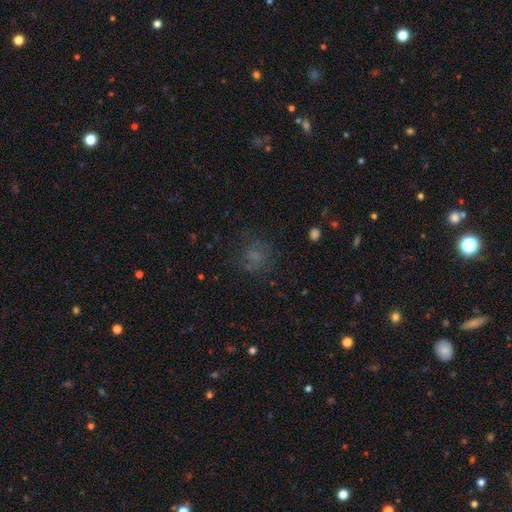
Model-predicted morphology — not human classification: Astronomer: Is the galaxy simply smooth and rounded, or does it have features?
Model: smooth — 55%.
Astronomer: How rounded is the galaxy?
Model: round — 77%.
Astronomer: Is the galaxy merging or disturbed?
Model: none — 68%.